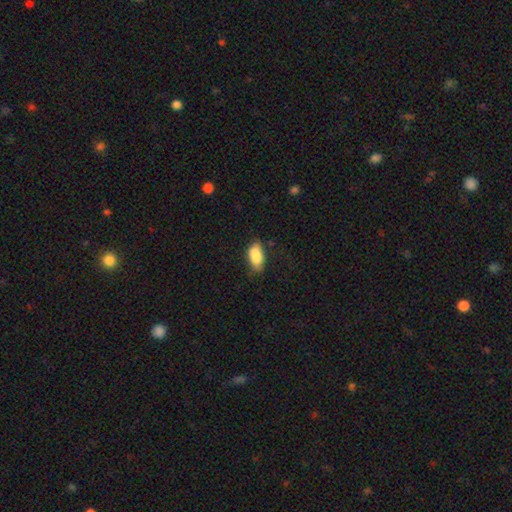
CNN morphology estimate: Q: Smooth or featured?
A: smooth (86%); runner-up: featured or disk (7%)
Q: How rounded?
A: in between (90%); runner-up: cigar-shaped (7%)
Q: Merging?
A: none (64%); runner-up: minor disturbance (28%)